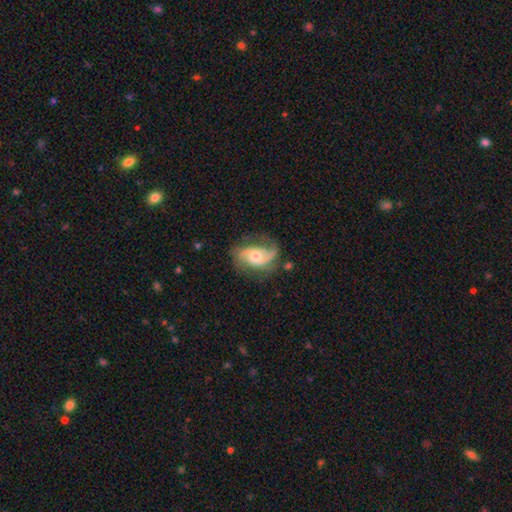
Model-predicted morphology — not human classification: This is likely a featured or disk galaxy (75%). It is clearly not viewed edge-on (96%). Bar: likely no (66%). Spiral arm pattern: clearly yes (92%). Spiral arm count: likely 2 (71%). Spiral winding: marginally loose (45%). Central bulge: possibly moderate (58%). Merging: possibly none (60%).